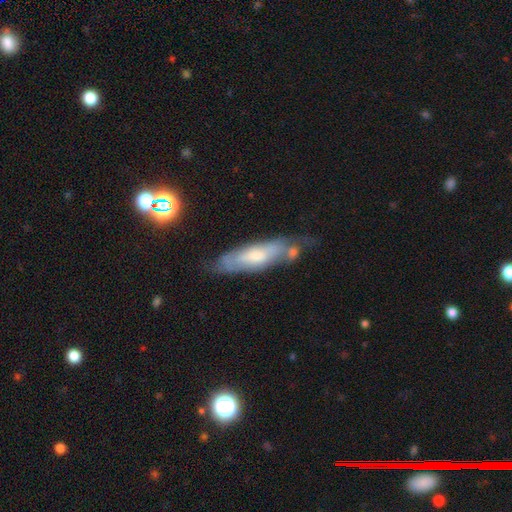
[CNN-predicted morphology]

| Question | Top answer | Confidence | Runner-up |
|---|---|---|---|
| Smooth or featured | featured or disk | 51% | smooth (40%) |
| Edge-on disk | no | 61% | yes (39%) |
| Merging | none | 51% | minor disturbance (28%) |